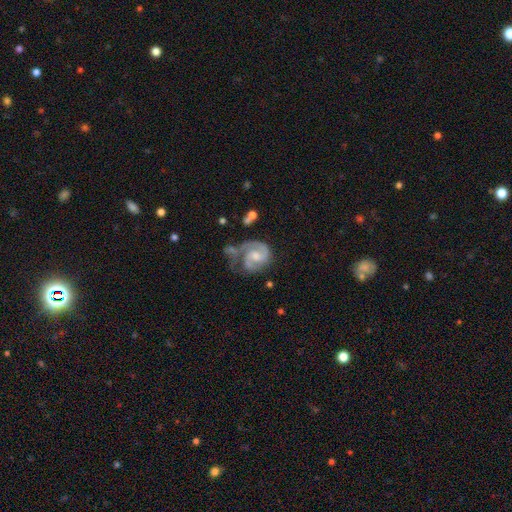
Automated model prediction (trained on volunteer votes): The model was most divided on "spiral winding": medium: 45%, tight: 41%, loose: 14%. Remaining: edge-on disk — no (98%); spiral arms — yes (96%); smooth or featured — featured or disk (84%); spiral arm count — 2 (70%); bar — no (53%); bulge size — moderate (52%); merging — none (41%).